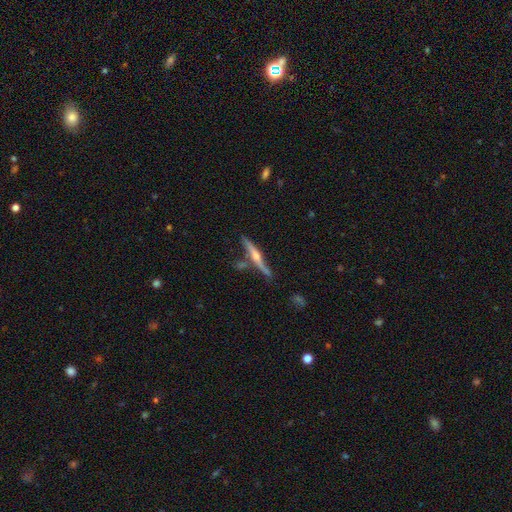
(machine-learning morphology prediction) A featured or disk galaxy (79%) viewed edge-on (98%) with a rounded central bulge (90%). Merging: none (79%).